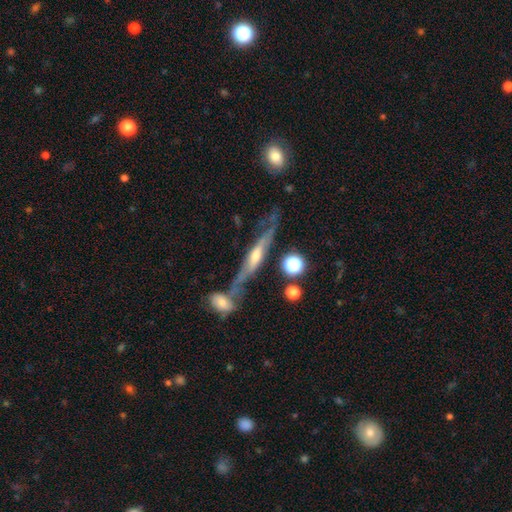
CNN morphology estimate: type=featured or disk (77%); edge-on=yes (84%); edge-on bulge=rounded (75%); merging=none (62%).